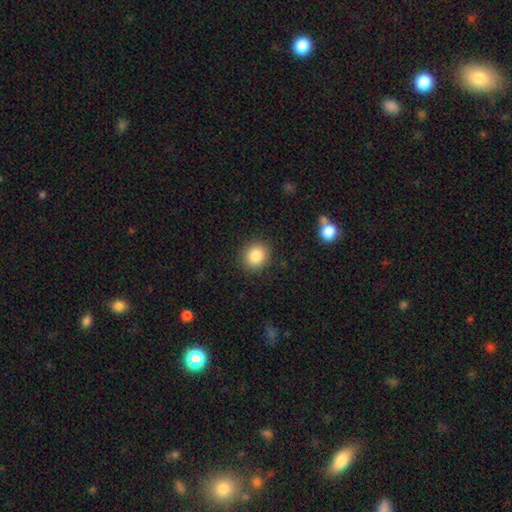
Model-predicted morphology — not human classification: A smooth galaxy with no disk features (86%) that is round (81%).

Vote fractions:
- Smooth or featured? smooth: 86% / star or artifact: 9% / featured or disk: 5%
- How rounded? round: 81% / in between: 19% / cigar-shaped: 1%
- Merging? none: 89% / minor disturbance: 7% / major disturbance: 2% / merger: 1%